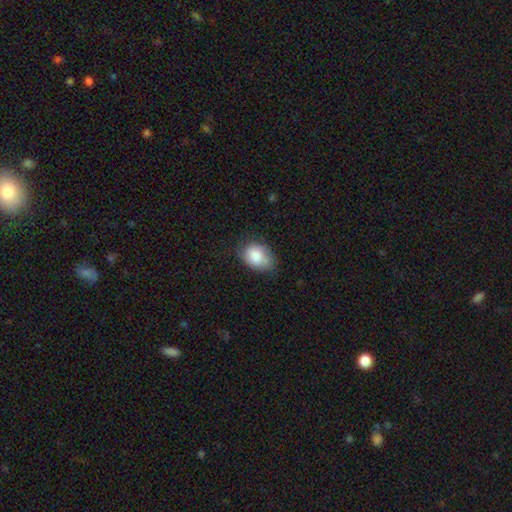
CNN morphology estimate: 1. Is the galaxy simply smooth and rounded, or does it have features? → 84% smooth, 9% featured or disk, 7% star or artifact.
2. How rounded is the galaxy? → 75% in between, 23% round, 1% cigar-shaped.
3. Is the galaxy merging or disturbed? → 60% none, 30% minor disturbance, 7% major disturbance, 2% merger.